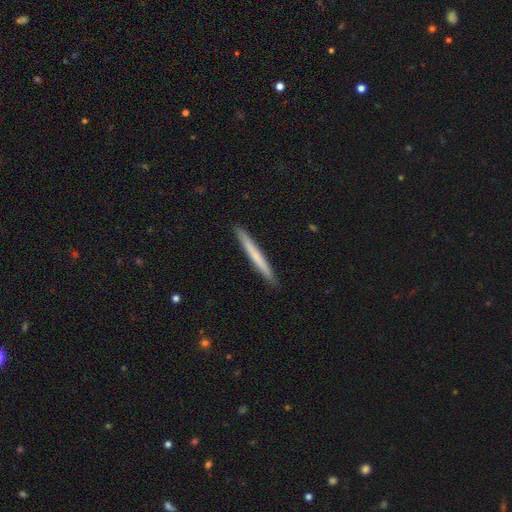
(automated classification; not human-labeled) The model was most divided on "smooth or featured": smooth: 63%, featured or disk: 32%, star or artifact: 5%. More confident: how rounded — cigar-shaped (97%); merging — none (92%).